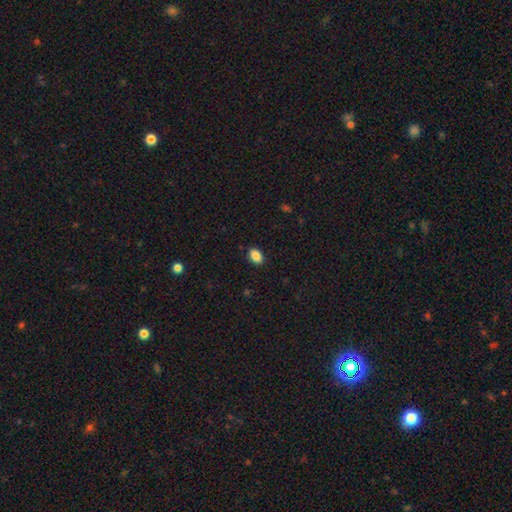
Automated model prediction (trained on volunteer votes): smooth 87%, star or artifact 9%, featured or disk 4%. Down the decision tree: how rounded — in between (84%); merging — none (88%).